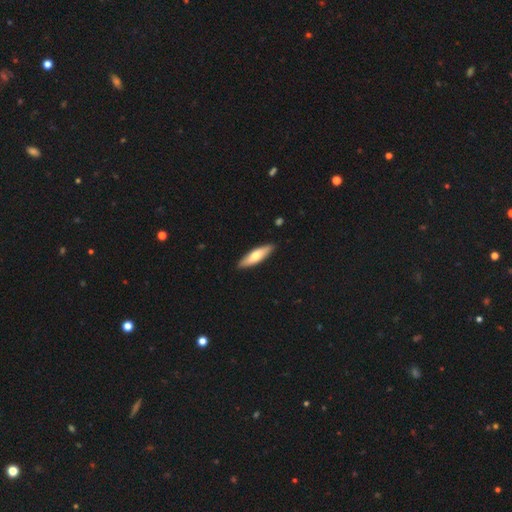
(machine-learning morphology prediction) smooth-or-featured: smooth: 66% | featured or disk: 29% | star or artifact: 5%
  how-rounded: cigar-shaped: 64% | in between: 34% | round: 2%
  merging: none: 89% | minor disturbance: 8% | major disturbance: 1% | merger: 1%